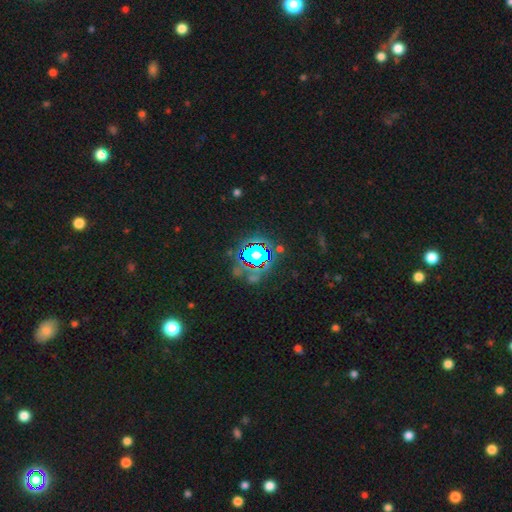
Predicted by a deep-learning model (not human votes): Smooth or featured? Predicted: star or artifact (p=0.69).